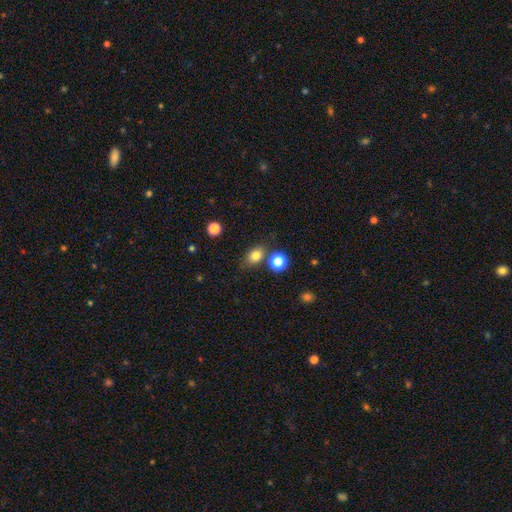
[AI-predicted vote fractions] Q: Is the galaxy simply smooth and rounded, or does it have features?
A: smooth — 81%.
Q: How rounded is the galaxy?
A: in between — 62%.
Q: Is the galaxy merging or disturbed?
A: none — 70%.